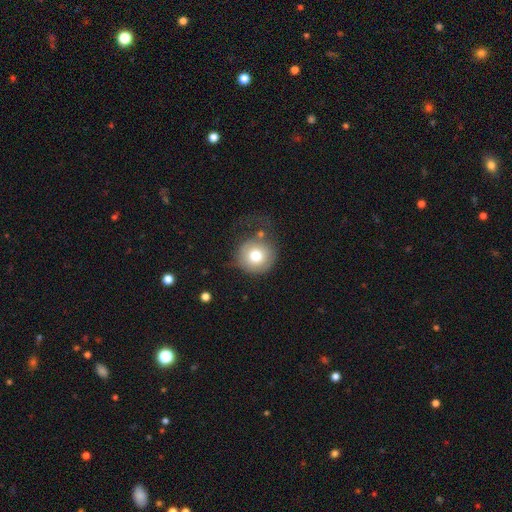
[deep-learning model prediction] Morphology: type=smooth (72%); roundness=round (92%); merging=none (49%).